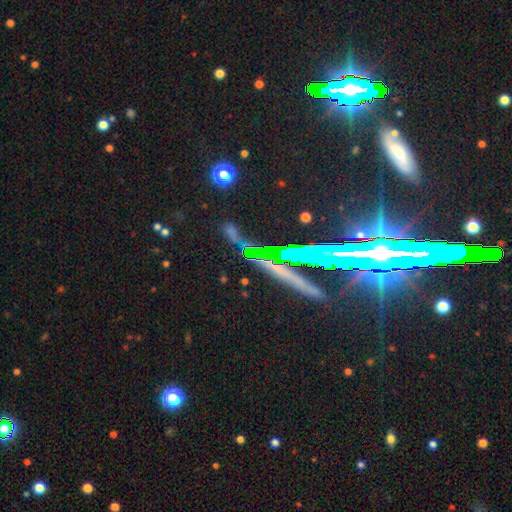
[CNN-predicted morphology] smooth_or_featured: star or artifact (p=0.66) [alt: featured or disk p=0.21]